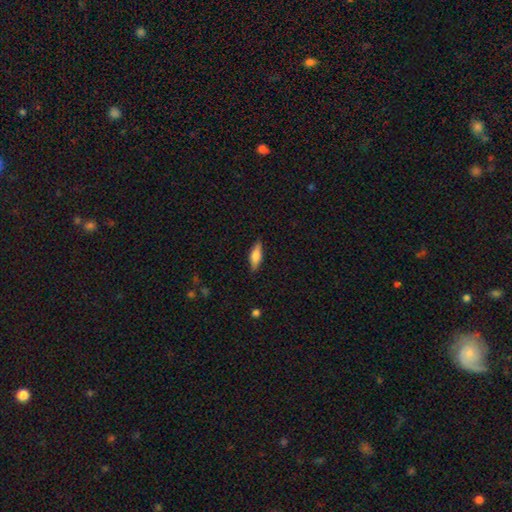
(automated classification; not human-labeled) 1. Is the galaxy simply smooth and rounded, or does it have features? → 65% smooth, 29% featured or disk, 7% star or artifact.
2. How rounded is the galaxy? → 52% in between, 46% cigar-shaped, 3% round.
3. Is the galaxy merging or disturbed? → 86% none, 11% minor disturbance, 2% major disturbance, 1% merger.